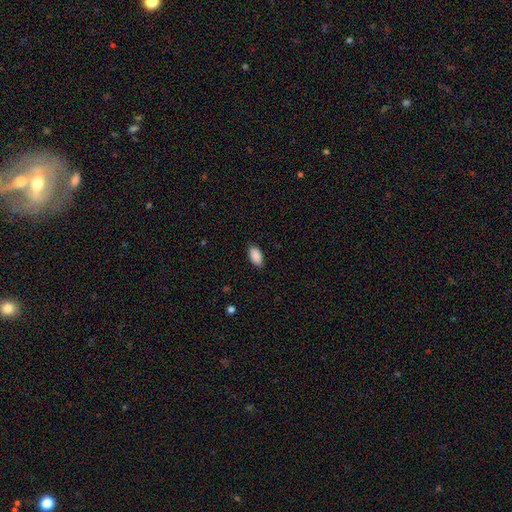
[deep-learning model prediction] smooth-or-featured: smooth: 90% | star or artifact: 6% | featured or disk: 3%
  how-rounded: in between: 94% | cigar-shaped: 4% | round: 2%
  merging: none: 87% | minor disturbance: 10% | major disturbance: 2% | merger: 1%